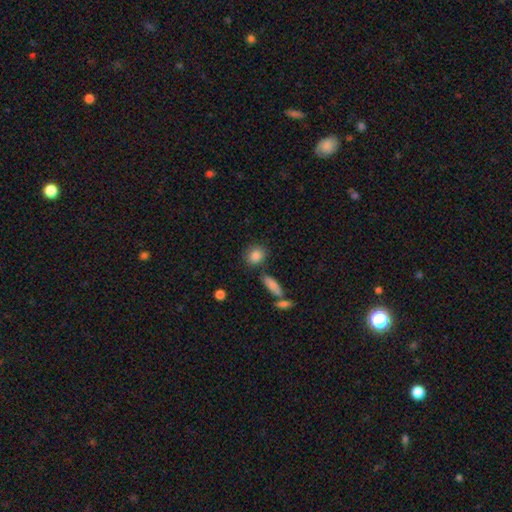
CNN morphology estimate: Smooth or featured: smooth — 85% (star or artifact — 9%)
How rounded: round — 64% (in between — 33%)
Merging: none — 77% (minor disturbance — 11%)